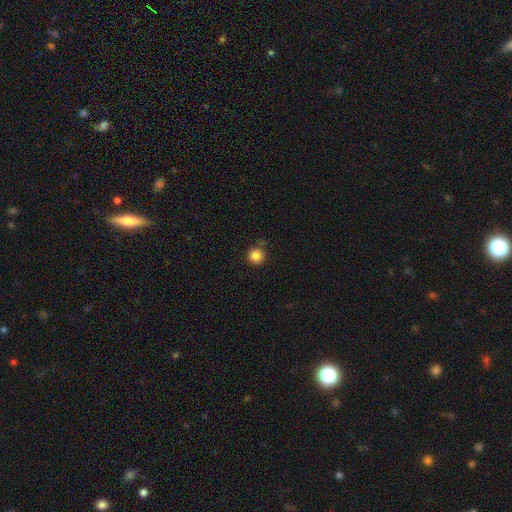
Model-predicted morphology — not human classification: This is clearly a smooth galaxy (85%). How rounded: clearly round (94%). Merging: likely none (80%).